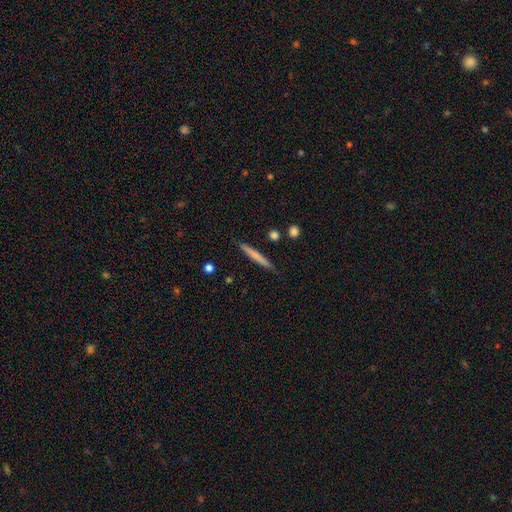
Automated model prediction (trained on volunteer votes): Smooth or featured?
  - smooth: 62% *
  - featured or disk: 33%
  - star or artifact: 6%
How rounded?
  - cigar-shaped: 96% *
  - in between: 3%
  - round: 1%
Merging?
  - none: 88% *
  - minor disturbance: 9%
  - merger: 2%
  - major disturbance: 2%